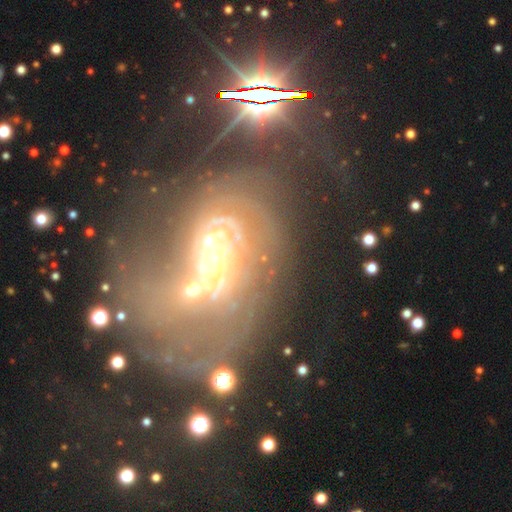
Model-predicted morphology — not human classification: Smooth or featured: featured or disk — 70% (star or artifact — 18%)
Edge-on disk: no — 96% (yes — 4%)
Bar: no — 70% (weak — 21%)
Spiral arms: yes — 73% (no — 27%)
Bulge size: moderate — 43% (small — 41%)
Merging: major disturbance — 33% (none — 28%)